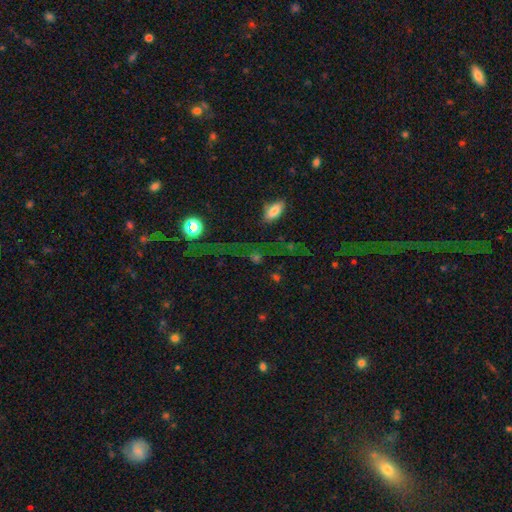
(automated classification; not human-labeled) Overall: smooth (41%, tied with star or artifact). Merging: none (61%).